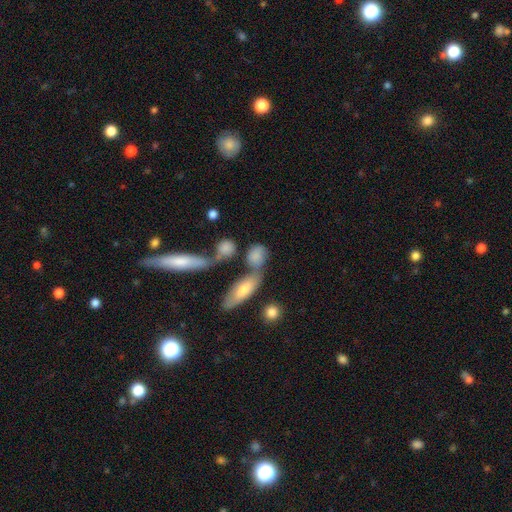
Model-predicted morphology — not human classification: smooth_or_featured: smooth (p=0.76) [alt: featured or disk p=0.15]
how_rounded: in between (p=0.61) [alt: round p=0.29]
merging: none (p=0.39) [alt: merger p=0.37]